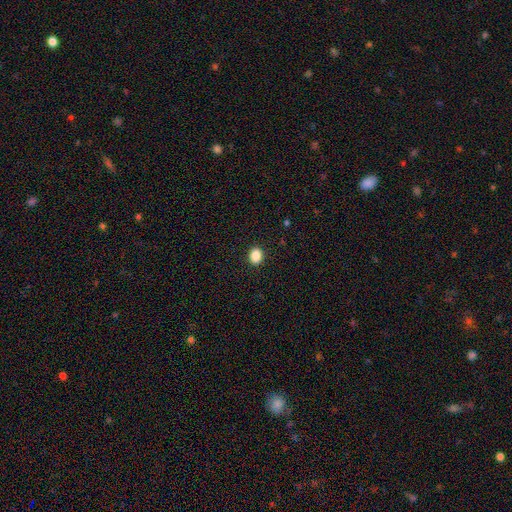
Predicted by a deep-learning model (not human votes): smooth_or_featured: smooth (p=0.88) [alt: star or artifact p=0.09]
how_rounded: in between (p=0.57) [alt: round p=0.42]
merging: none (p=0.91) [alt: minor disturbance p=0.06]